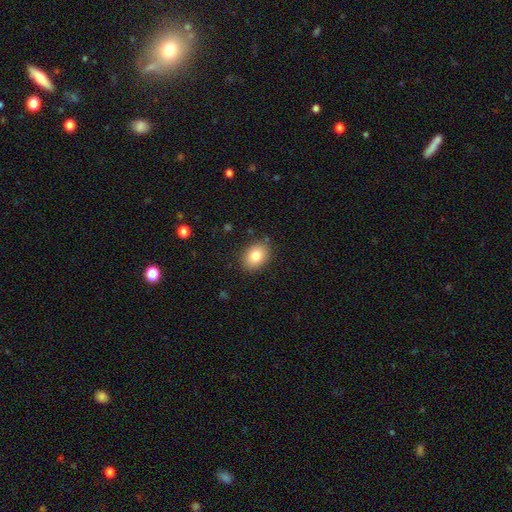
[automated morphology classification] Smooth or featured: smooth — 82% (featured or disk — 10%)
How rounded: in between — 69% (round — 30%)
Merging: none — 85% (minor disturbance — 11%)